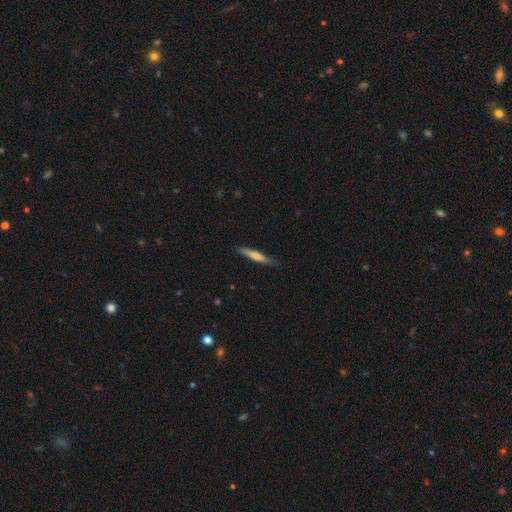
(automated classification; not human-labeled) Overall: smooth (50%; featured or disk 44%). How rounded: cigar-shaped (94%). Merging: none (87%).